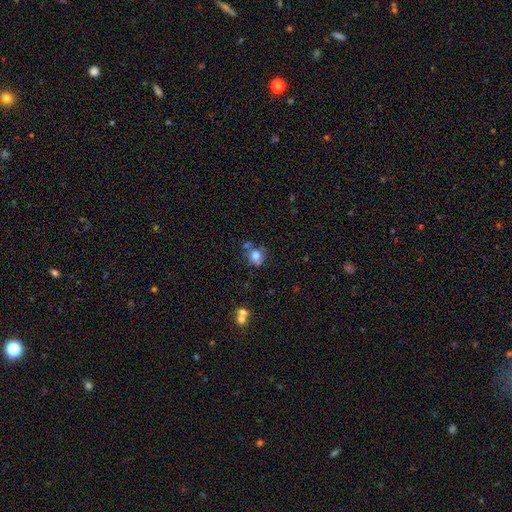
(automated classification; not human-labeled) The model was most divided on "merging": none: 53%, merger: 21%, minor disturbance: 19%, major disturbance: 7%. More confident: smooth or featured — smooth (75%); how rounded — round (75%).